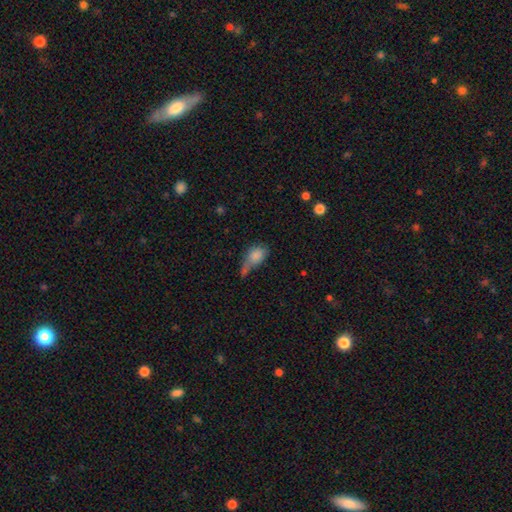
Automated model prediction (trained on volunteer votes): Smooth or featured: smooth — 79% (featured or disk — 12%)
How rounded: in between — 80% (round — 16%)
Merging: merger — 35% (minor disturbance — 22%)